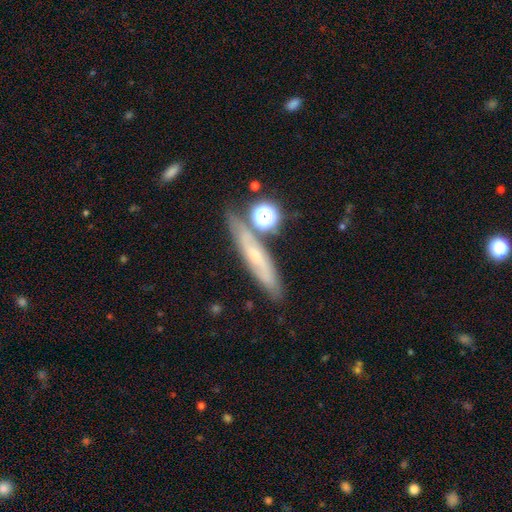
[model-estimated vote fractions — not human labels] Morphology: type=featured or disk (46%); merging=none (69%).